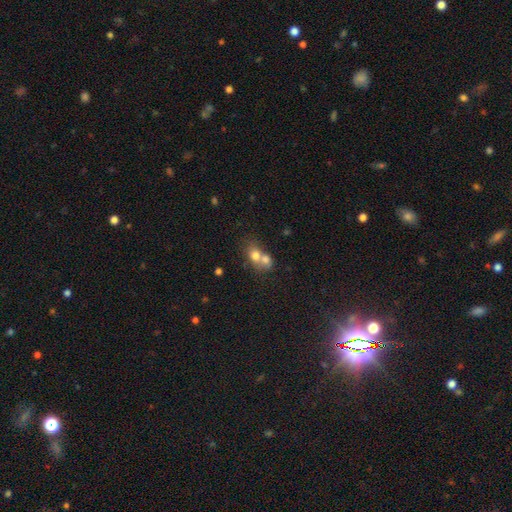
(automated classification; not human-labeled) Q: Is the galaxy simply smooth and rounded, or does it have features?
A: smooth — 71%.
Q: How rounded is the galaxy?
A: round — 50%.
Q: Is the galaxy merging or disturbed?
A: merger — 67%.